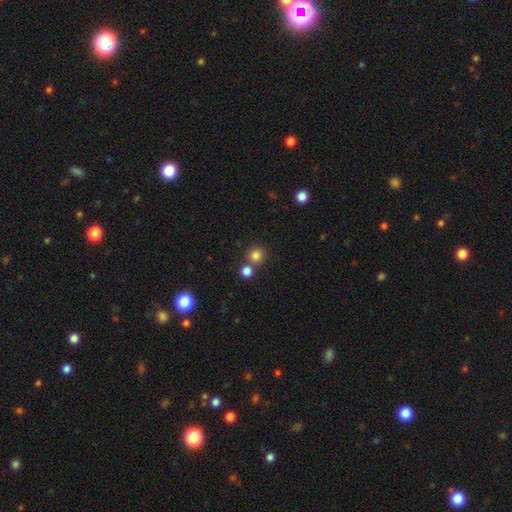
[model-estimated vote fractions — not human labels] Smooth or featured: smooth — 81% (star or artifact — 13%)
How rounded: round — 92% (in between — 7%)
Merging: none — 70% (merger — 22%)